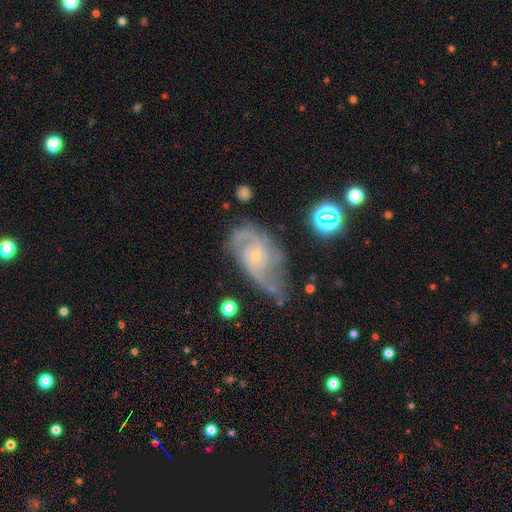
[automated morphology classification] type=featured or disk (86%); edge-on=no (97%); bar=no (62%); spiral arms=yes (96%); winding=medium (49%); arm count=2 (61%); bulge=small (77%); merging=none (53%).